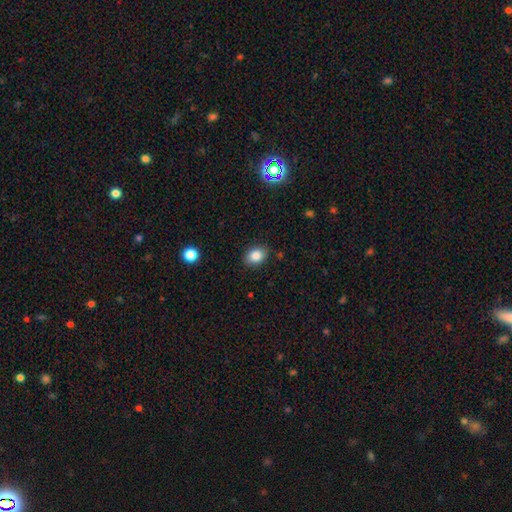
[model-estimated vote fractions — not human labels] Q: Smooth or featured?
A: smooth (85%); runner-up: star or artifact (9%)
Q: How rounded?
A: in between (68%); runner-up: round (31%)
Q: Merging?
A: none (86%); runner-up: minor disturbance (11%)